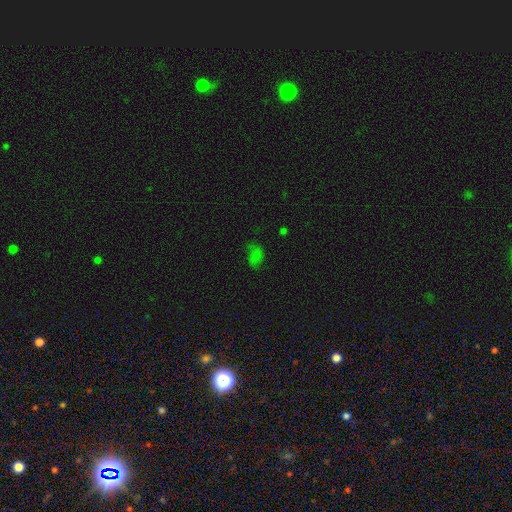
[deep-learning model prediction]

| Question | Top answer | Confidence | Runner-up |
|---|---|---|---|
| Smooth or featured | smooth | 60% | star or artifact (26%) |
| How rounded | in between | 82% | round (16%) |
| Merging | none | 52% | minor disturbance (27%) |